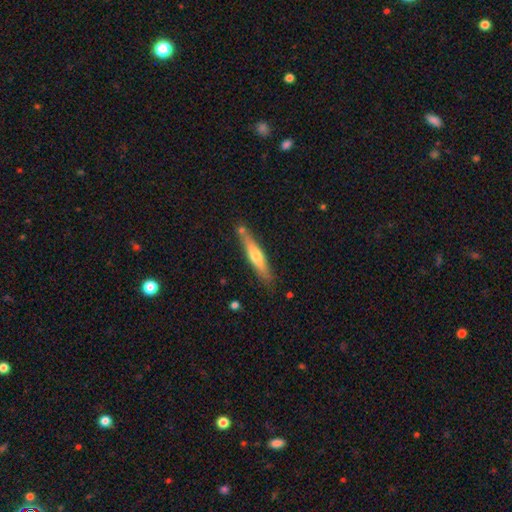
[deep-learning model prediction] Overall: featured or disk (48%; smooth 46%). Merging: none (78%).